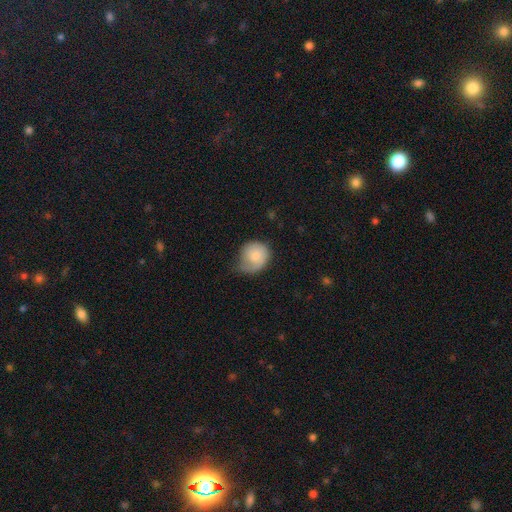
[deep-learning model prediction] smooth 67%, featured or disk 27%, star or artifact 6%. Down the decision tree: how rounded — round (70%); merging — none (38%, tied with minor disturbance).